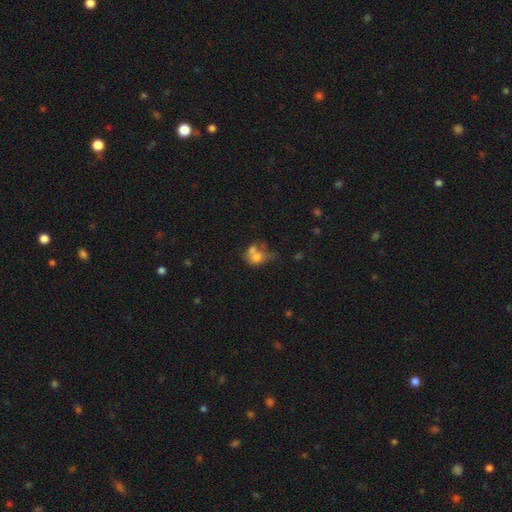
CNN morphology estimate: This is likely a smooth galaxy (65%). How rounded: possibly in between (49%, tied with round). Merging: possibly merger (48%).